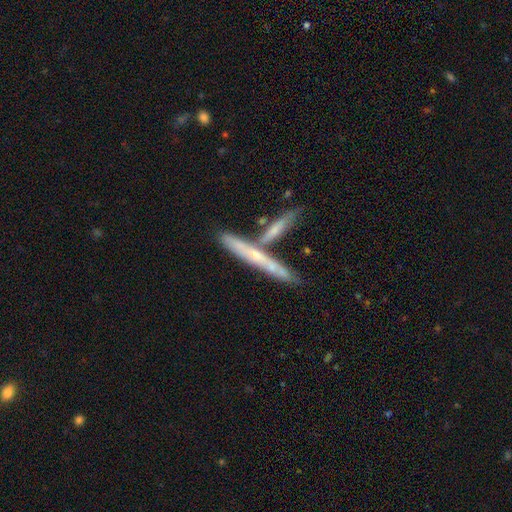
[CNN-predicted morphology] Q: Smooth or featured?
A: featured or disk (54%); runner-up: smooth (39%)
Q: Edge-on disk?
A: yes (85%); runner-up: no (15%)
Q: Merging?
A: none (58%); runner-up: merger (26%)